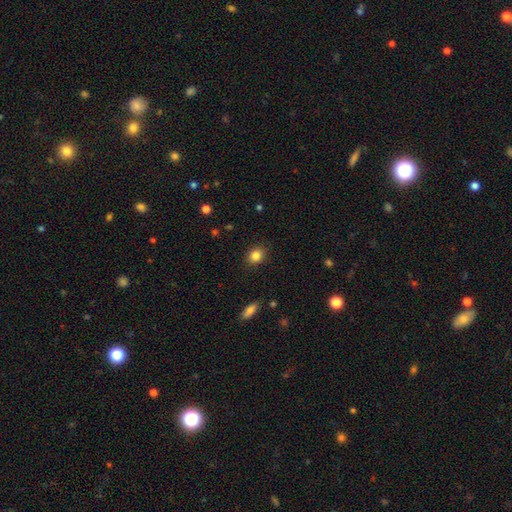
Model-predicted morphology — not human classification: Smooth or featured: smooth — 84% (star or artifact — 10%)
How rounded: round — 62% (in between — 37%)
Merging: none — 88% (minor disturbance — 9%)